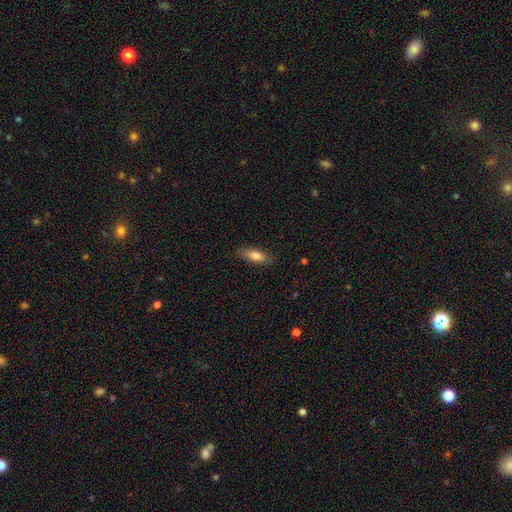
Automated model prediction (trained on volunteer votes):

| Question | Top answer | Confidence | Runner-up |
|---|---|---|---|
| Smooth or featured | smooth | 76% | featured or disk (17%) |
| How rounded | in between | 63% | cigar-shaped (34%) |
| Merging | none | 83% | minor disturbance (13%) |